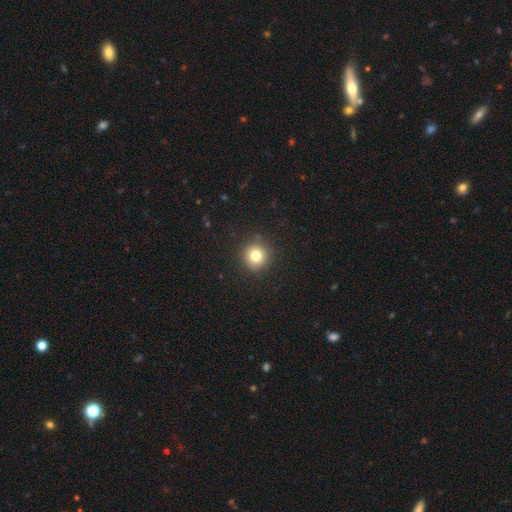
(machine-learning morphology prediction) Smooth or featured: smooth — 80% (star or artifact — 13%)
How rounded: round — 94% (in between — 5%)
Merging: none — 90% (minor disturbance — 6%)